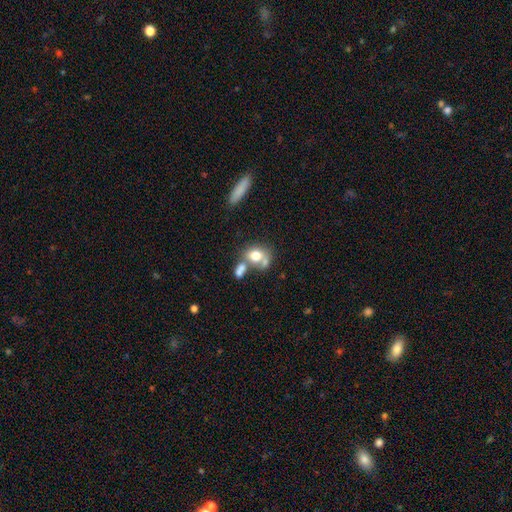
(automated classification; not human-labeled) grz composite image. It shows a smooth galaxy with no disk features (71%) that is in between round and cigar-shaped (52%). Merging: merger (47%).